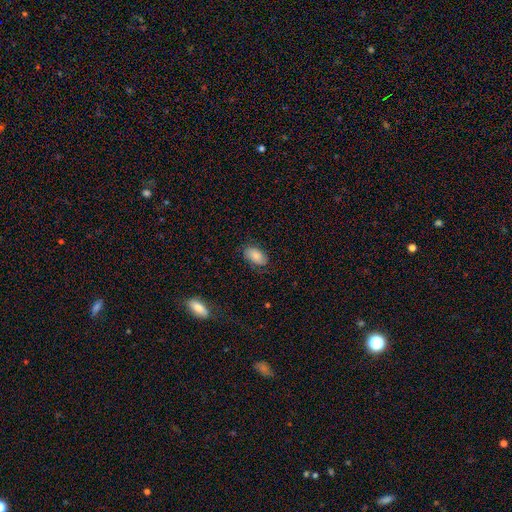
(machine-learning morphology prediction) The model was most divided on "merging": none: 74%, minor disturbance: 19%, major disturbance: 5%, merger: 1%. More confident: how rounded — in between (93%); smooth or featured — smooth (79%).